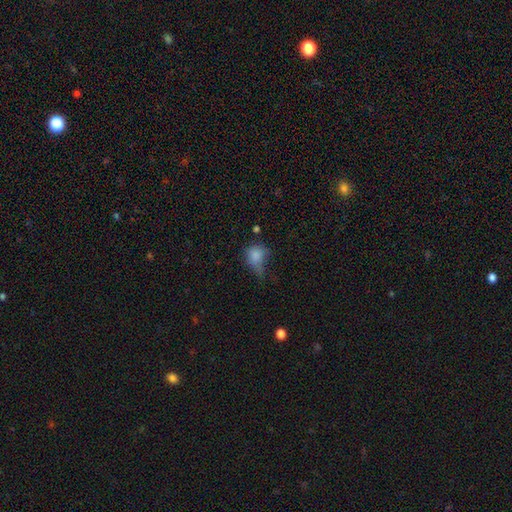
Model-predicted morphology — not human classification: This appears to be a smooth galaxy with no disk features (78%) that is round (53%). Merging: minor disturbance (35%).